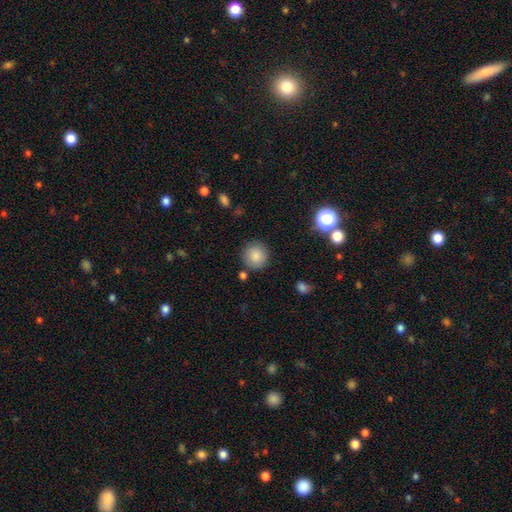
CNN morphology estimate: Smooth or featured: smooth — 85% (star or artifact — 9%)
How rounded: round — 93% (in between — 6%)
Merging: none — 85% (minor disturbance — 9%)